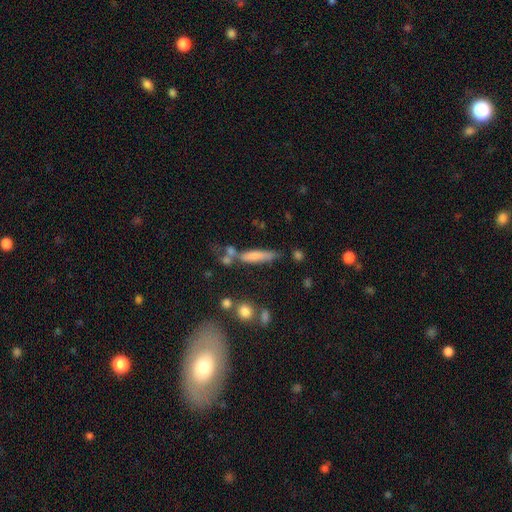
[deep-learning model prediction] This appears to be a smooth galaxy with no disk features (63%) that is cigar-shaped (81%). Merging: none (54%).